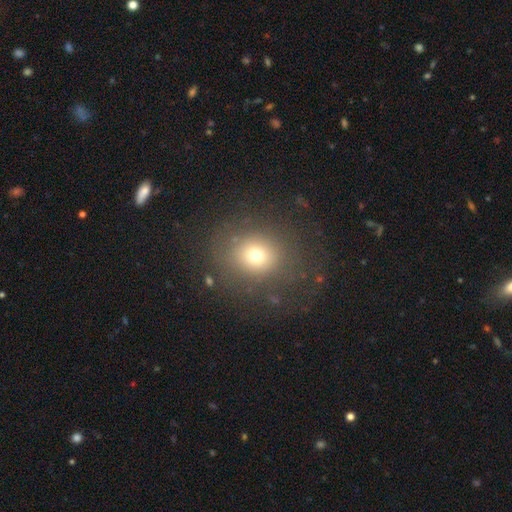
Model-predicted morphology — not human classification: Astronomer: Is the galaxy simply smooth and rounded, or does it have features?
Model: smooth — 71%.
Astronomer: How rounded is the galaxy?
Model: round — 81%.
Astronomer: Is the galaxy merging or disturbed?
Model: none — 79%.